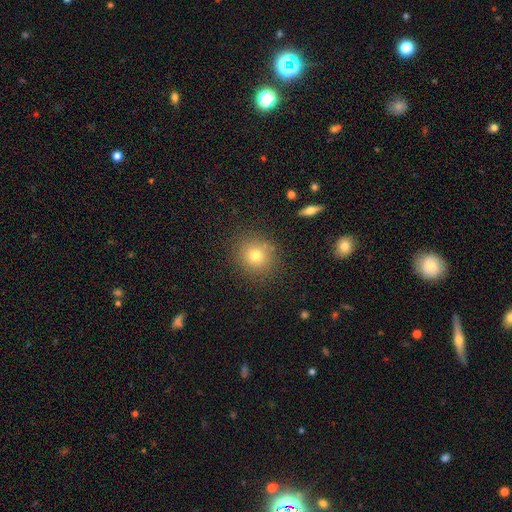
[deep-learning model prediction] smooth-or-featured: smooth: 74% | star or artifact: 15% | featured or disk: 11%
  how-rounded: round: 87% | in between: 12% | cigar-shaped: 1%
  merging: none: 85% | minor disturbance: 9% | major disturbance: 3% | merger: 3%